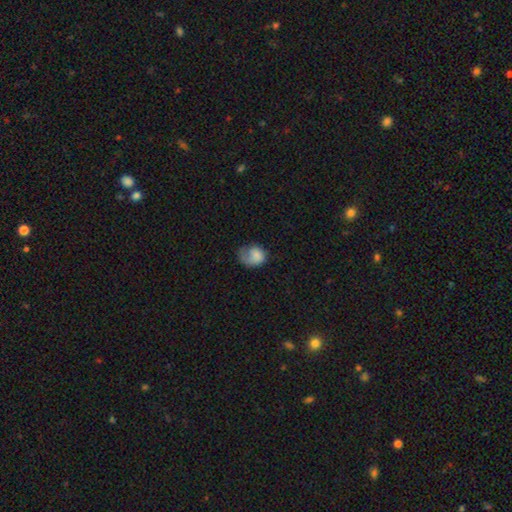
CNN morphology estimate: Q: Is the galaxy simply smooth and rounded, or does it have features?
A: smooth — 74%.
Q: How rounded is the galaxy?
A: in between — 50%.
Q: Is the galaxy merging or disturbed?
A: major disturbance — 43%.